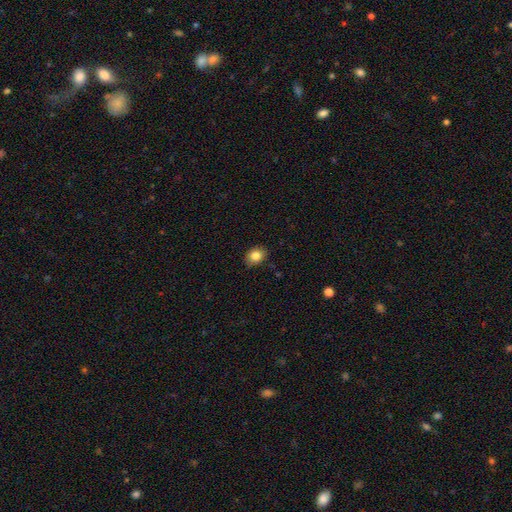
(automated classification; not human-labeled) This appears to be a smooth galaxy with no disk features (83%) that is in between round and cigar-shaped (53%). Merging: none (83%).